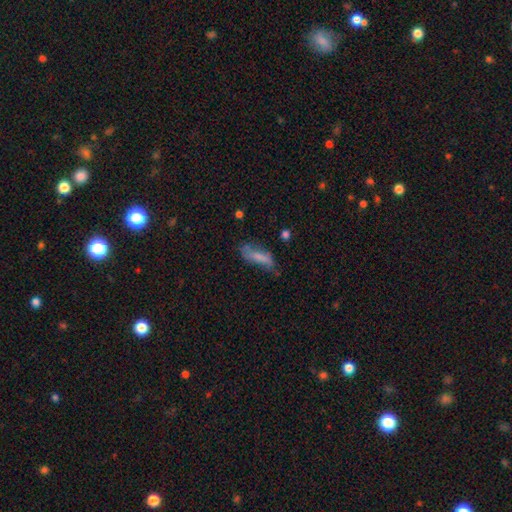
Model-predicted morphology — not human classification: Q: Smooth or featured?
A: smooth (61%); runner-up: featured or disk (28%)
Q: How rounded?
A: cigar-shaped (52%); runner-up: in between (45%)
Q: Merging?
A: none (49%); runner-up: minor disturbance (30%)